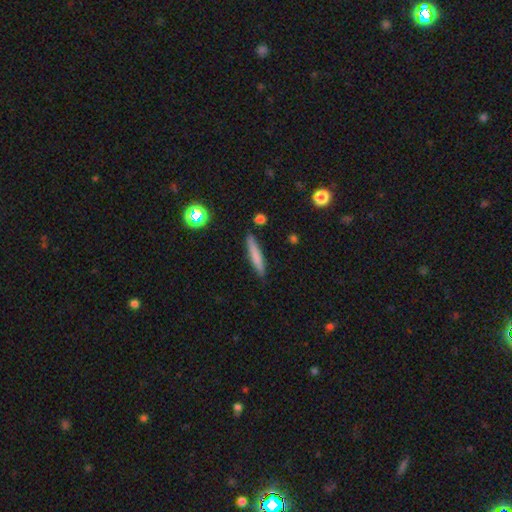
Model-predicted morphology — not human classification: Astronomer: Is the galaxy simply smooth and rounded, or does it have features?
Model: smooth — 72%.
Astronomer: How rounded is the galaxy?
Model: cigar-shaped — 92%.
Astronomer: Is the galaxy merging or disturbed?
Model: none — 86%.